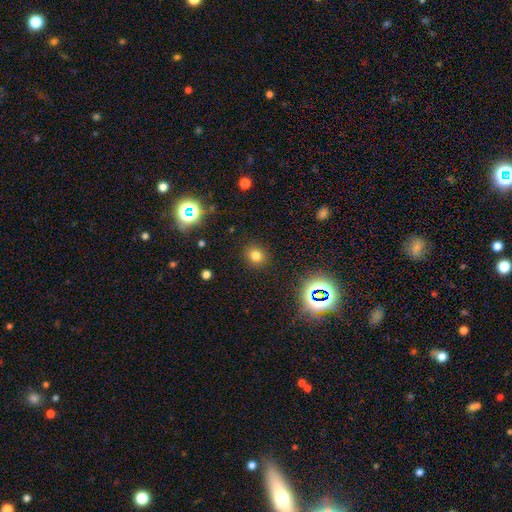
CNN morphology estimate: smooth-or-featured: smooth: 74% | star or artifact: 19% | featured or disk: 6%
  how-rounded: round: 82% | in between: 17% | cigar-shaped: 1%
  merging: none: 89% | minor disturbance: 7% | major disturbance: 3% | merger: 1%